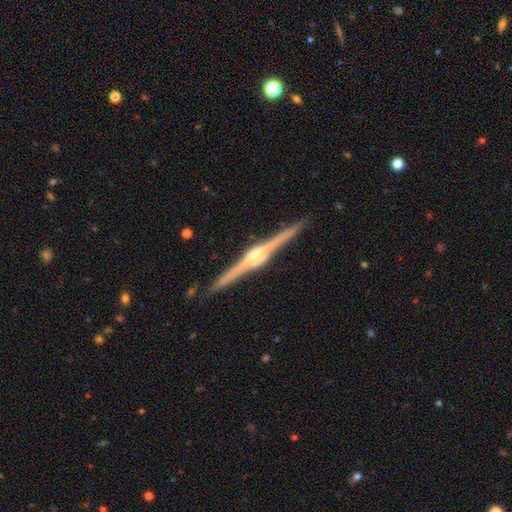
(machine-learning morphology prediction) Smooth or featured?
  - featured or disk: 89% *
  - smooth: 6%
  - star or artifact: 5%
Edge-on disk?
  - yes: 99% *
  - no: 1%
Edge-on bulge?
  - rounded: 77% *
  - boxy: 20%
  - none: 4%
Merging?
  - none: 92% *
  - minor disturbance: 6%
  - major disturbance: 1%
  - merger: 1%